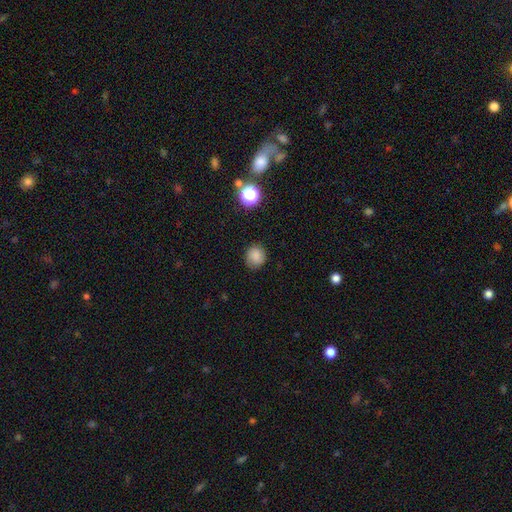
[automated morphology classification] This appears to be a smooth galaxy with no disk features (82%) that is round (83%). Merging: none (85%).